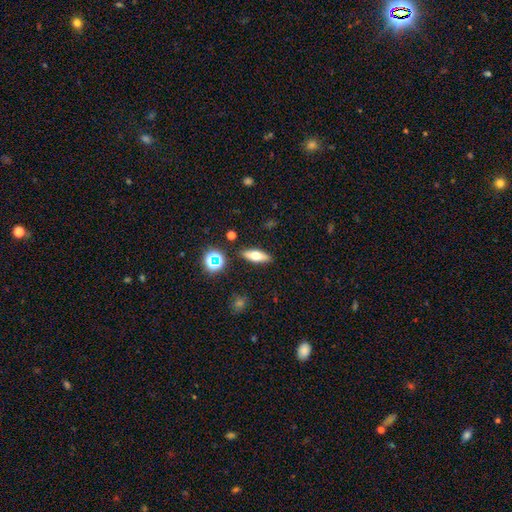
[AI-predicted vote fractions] Morphology: type=smooth (57%); roundness=in between (59%); merging=none (88%).